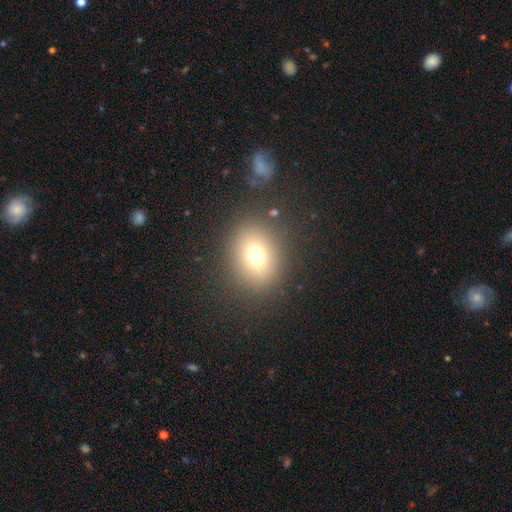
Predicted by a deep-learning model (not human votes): Q: Smooth or featured?
A: smooth (74%); runner-up: star or artifact (13%)
Q: How rounded?
A: in between (55%); runner-up: round (44%)
Q: Merging?
A: none (83%); runner-up: minor disturbance (9%)